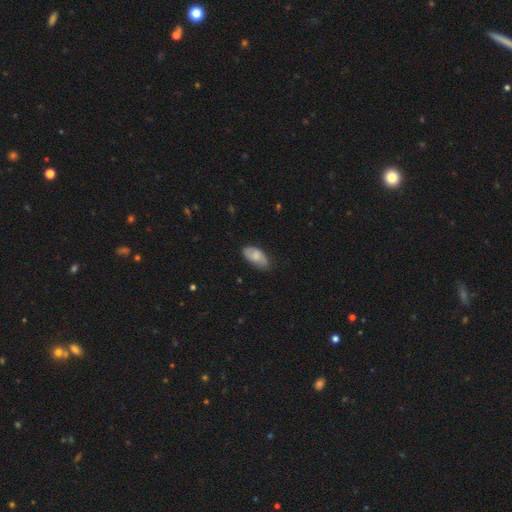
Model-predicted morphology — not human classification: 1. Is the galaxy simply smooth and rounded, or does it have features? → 74% smooth, 19% featured or disk, 6% star or artifact.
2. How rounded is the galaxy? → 93% in between, 4% cigar-shaped, 3% round.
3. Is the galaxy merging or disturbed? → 74% none, 21% minor disturbance, 3% major disturbance, 1% merger.